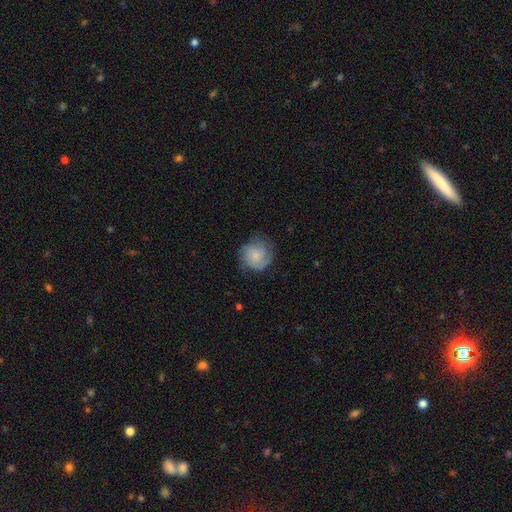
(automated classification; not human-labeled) Smooth or featured? Predicted: smooth (p=0.54). How rounded? Predicted: round (p=0.88). Merging? Predicted: none (p=0.70).